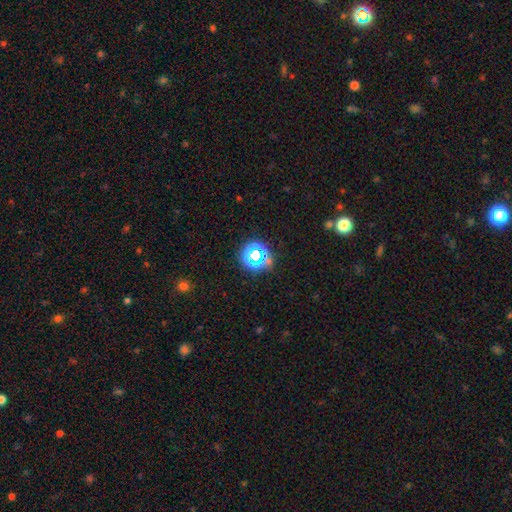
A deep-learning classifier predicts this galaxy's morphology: Q: Smooth or featured?
A: star or artifact (60%); runner-up: smooth (29%)